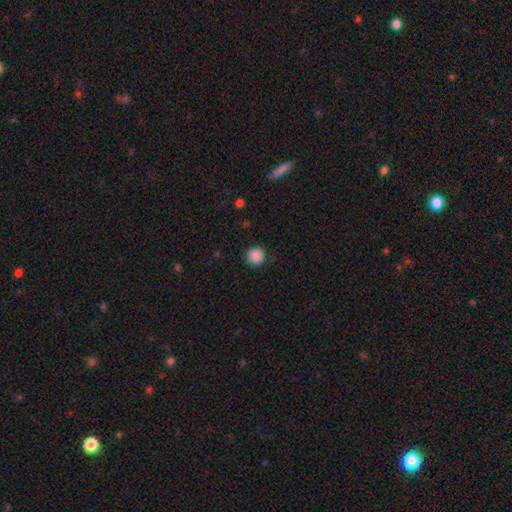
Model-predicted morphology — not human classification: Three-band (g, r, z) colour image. It shows a smooth galaxy with no disk features (88%) that is round (94%). Merging: none (89%).